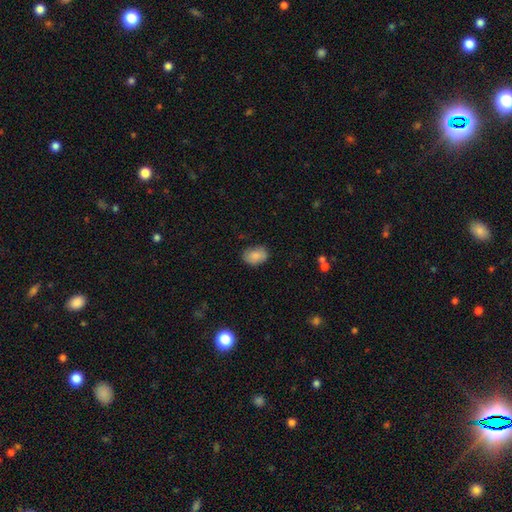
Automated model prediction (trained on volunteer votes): A smooth galaxy with no disk features (83%) that is in between round and cigar-shaped (79%).

Vote fractions:
- Smooth or featured? smooth: 83% / featured or disk: 10% / star or artifact: 7%
- How rounded? in between: 79% / round: 20% / cigar-shaped: 1%
- Merging? none: 78% / minor disturbance: 17% / major disturbance: 4% / merger: 1%